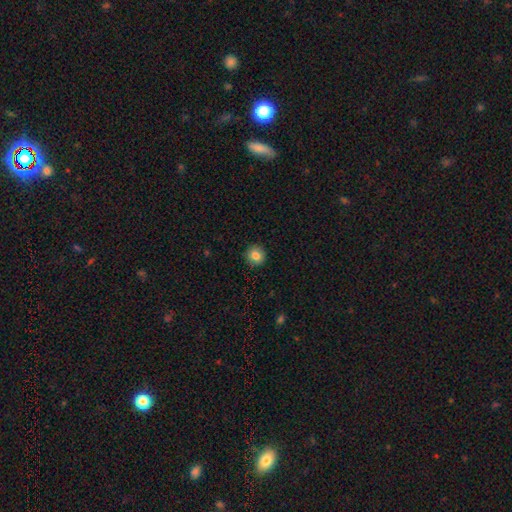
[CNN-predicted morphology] Q: Smooth or featured?
A: smooth (84%); runner-up: star or artifact (10%)
Q: How rounded?
A: round (92%); runner-up: in between (7%)
Q: Merging?
A: none (92%); runner-up: minor disturbance (5%)